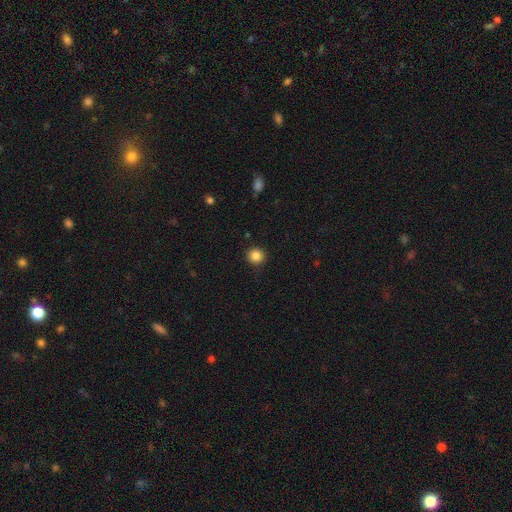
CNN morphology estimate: Overall: smooth (85%). How rounded: round (92%). Merging: none (91%).